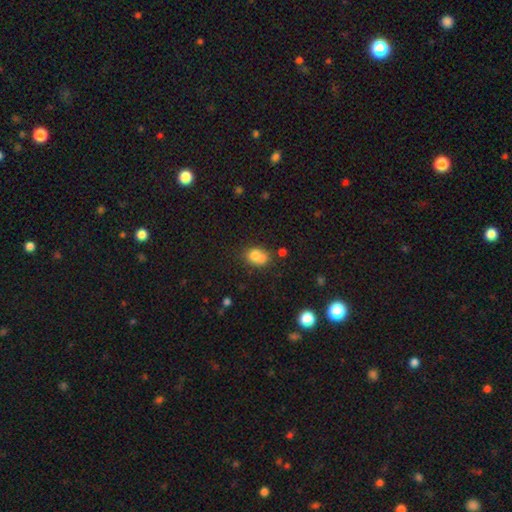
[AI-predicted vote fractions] smooth-or-featured: smooth: 77% | featured or disk: 12% | star or artifact: 11%
  how-rounded: in between: 62% | round: 37% | cigar-shaped: 1%
  merging: none: 43% | merger: 26% | minor disturbance: 23% | major disturbance: 8%